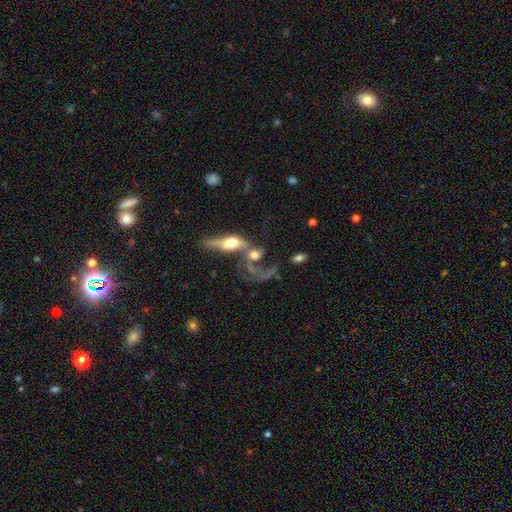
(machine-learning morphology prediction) Q: Smooth or featured?
A: featured or disk (59%); runner-up: smooth (27%)
Q: Edge-on disk?
A: no (54%); runner-up: yes (46%)
Q: Merging?
A: merger (47%); runner-up: none (24%)